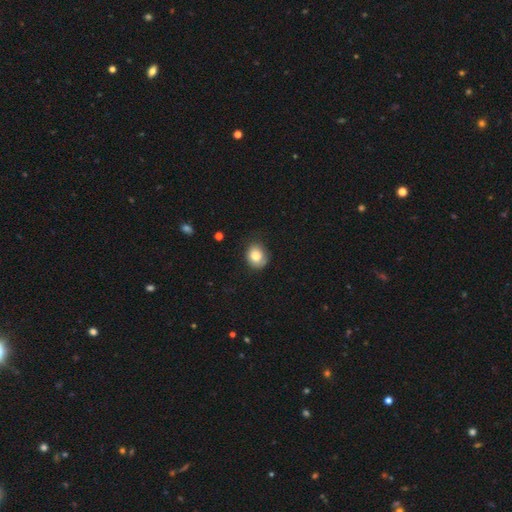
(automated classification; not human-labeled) This appears to be a smooth galaxy with no disk features (78%) that is round (61%). Merging: none (76%).